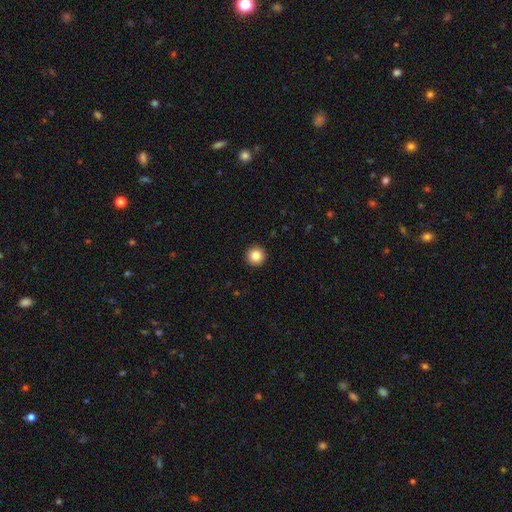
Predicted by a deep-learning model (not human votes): Morphology: type=smooth (84%); roundness=round (96%); merging=none (94%).